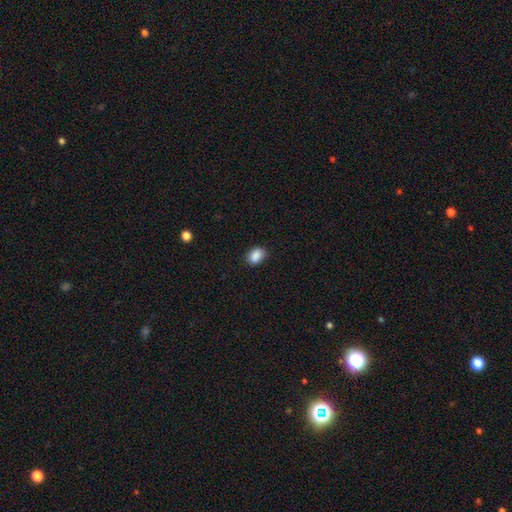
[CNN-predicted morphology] type=smooth (88%); roundness=in between (74%); merging=none (82%).